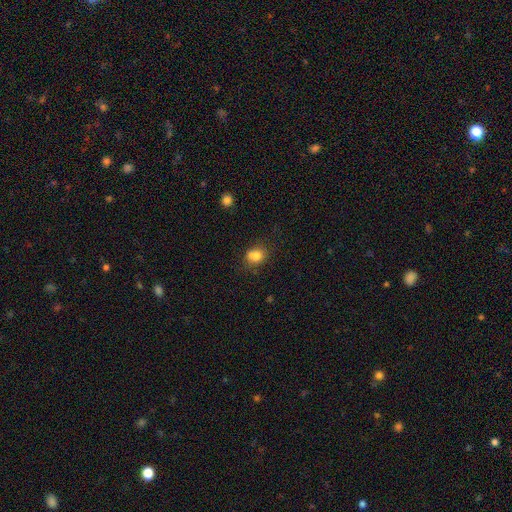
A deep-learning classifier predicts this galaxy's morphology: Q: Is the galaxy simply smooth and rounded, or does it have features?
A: smooth — 79%.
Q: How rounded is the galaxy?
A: round — 60%.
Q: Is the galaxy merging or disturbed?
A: none — 61%.